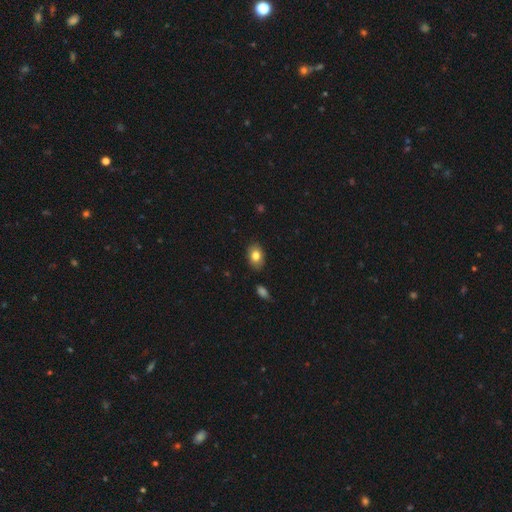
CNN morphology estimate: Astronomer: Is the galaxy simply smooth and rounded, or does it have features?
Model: smooth — 81%.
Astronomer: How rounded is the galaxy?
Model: in between — 81%.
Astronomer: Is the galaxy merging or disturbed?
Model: none — 87%.